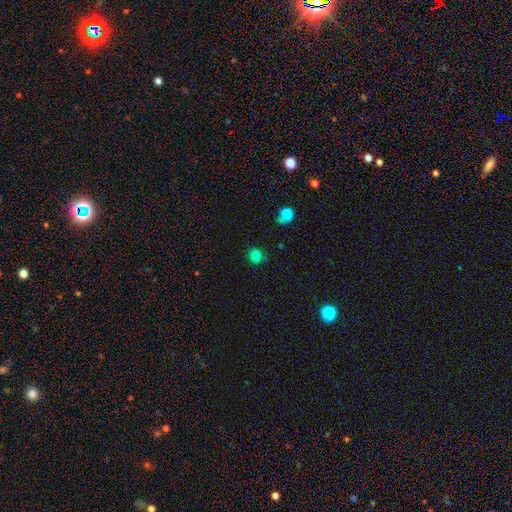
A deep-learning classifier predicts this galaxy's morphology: Q: Smooth or featured?
A: smooth (81%); runner-up: star or artifact (14%)
Q: How rounded?
A: round (89%); runner-up: in between (10%)
Q: Merging?
A: none (86%); runner-up: minor disturbance (10%)